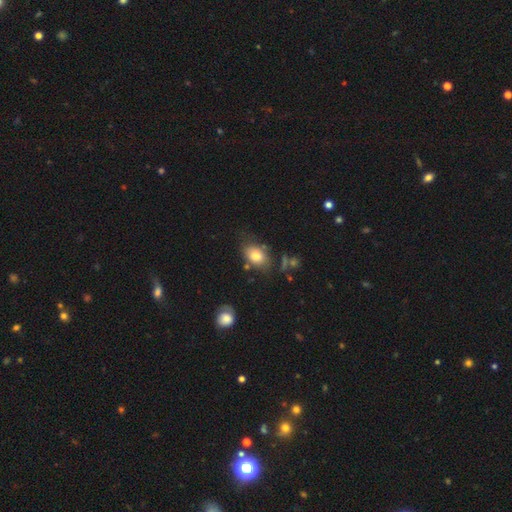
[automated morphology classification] smooth-or-featured: smooth: 78% | featured or disk: 14% | star or artifact: 8%
  how-rounded: in between: 81% | round: 17% | cigar-shaped: 1%
  merging: none: 63% | minor disturbance: 22% | major disturbance: 8% | merger: 7%